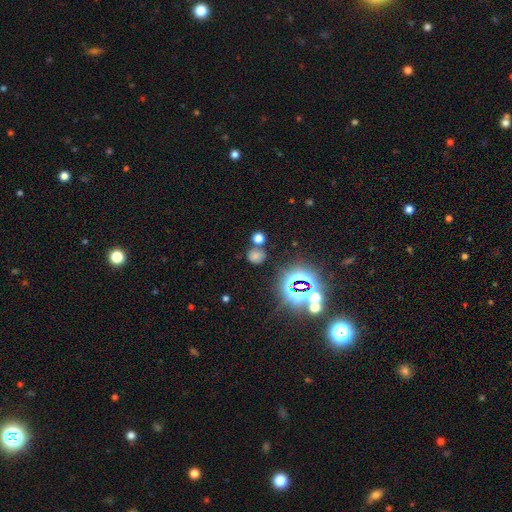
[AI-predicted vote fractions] Smooth or featured: smooth — 56% (star or artifact — 33%)
How rounded: round — 76% (in between — 23%)
Merging: none — 63% (merger — 18%)